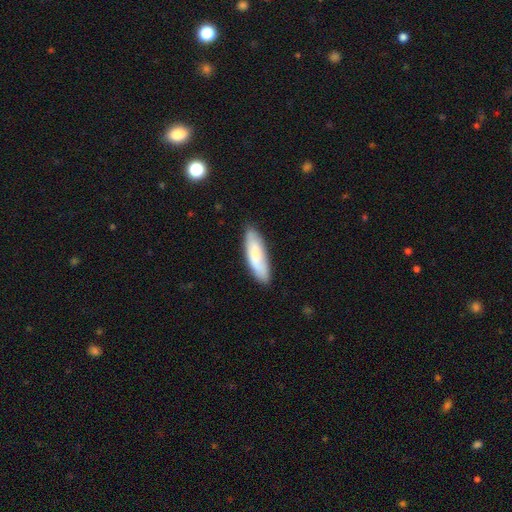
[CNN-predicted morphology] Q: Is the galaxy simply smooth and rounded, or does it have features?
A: smooth — 72%.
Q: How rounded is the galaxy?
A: cigar-shaped — 50%.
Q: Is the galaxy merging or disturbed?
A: none — 84%.